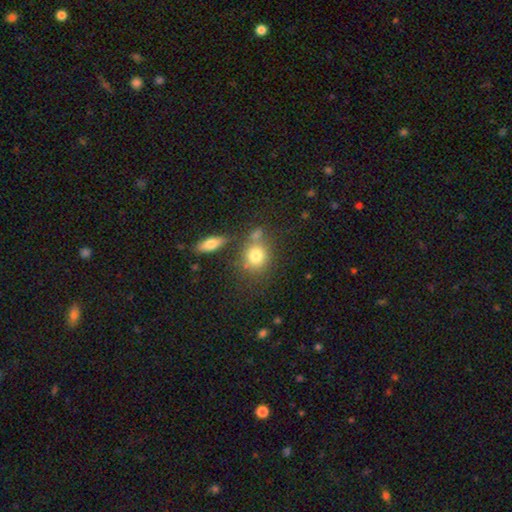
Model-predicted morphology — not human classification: A smooth galaxy with no disk features (80%) that is round (70%).

Vote fractions:
- Smooth or featured? smooth: 80% / featured or disk: 10% / star or artifact: 10%
- How rounded? round: 70% / in between: 28% / cigar-shaped: 2%
- Merging? none: 61% / merger: 19% / minor disturbance: 14% / major disturbance: 6%